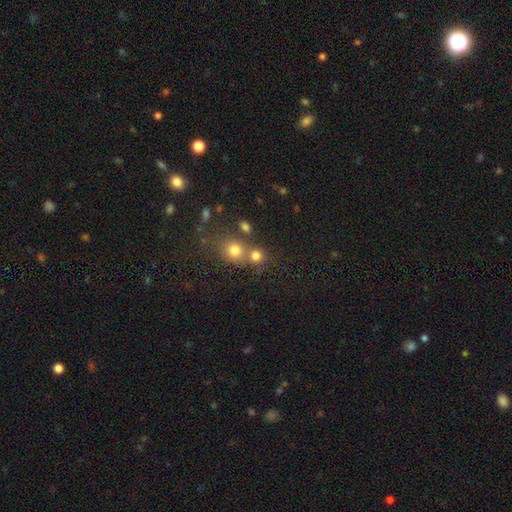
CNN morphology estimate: A smooth galaxy with no disk features (77%) that is round (85%).

Vote fractions:
- Smooth or featured? smooth: 77% / star or artifact: 15% / featured or disk: 9%
- How rounded? round: 85% / in between: 14% / cigar-shaped: 1%
- Merging? none: 52% / merger: 37% / minor disturbance: 7% / major disturbance: 3%